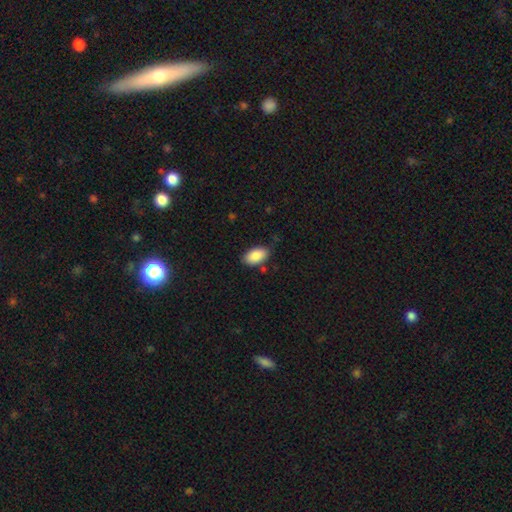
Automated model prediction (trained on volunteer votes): Overall: smooth (88%). How rounded: in between (94%). Merging: none (81%).